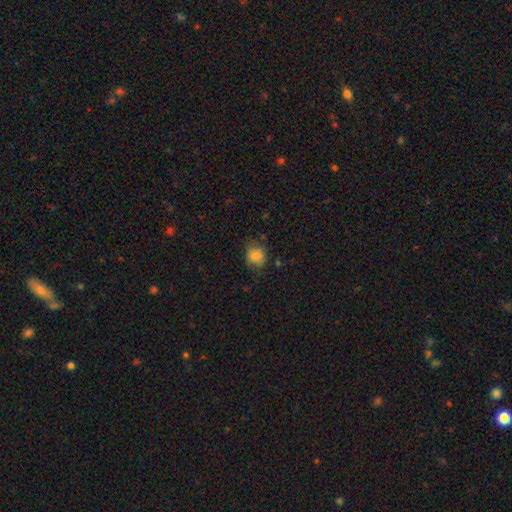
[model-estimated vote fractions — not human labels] smooth 82%, star or artifact 10%, featured or disk 9%. Down the decision tree: how rounded — round (75%); merging — none (73%).